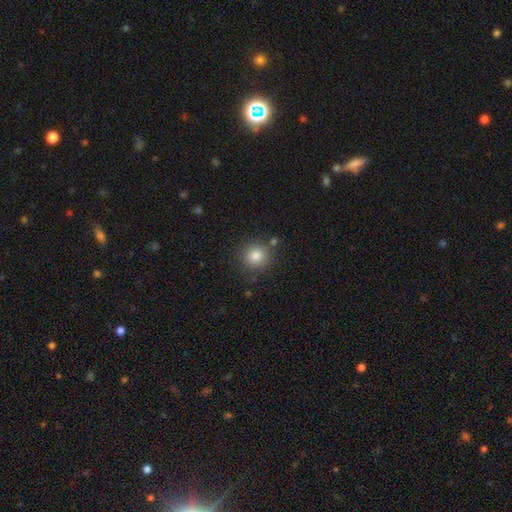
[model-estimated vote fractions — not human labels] Smooth or featured? Predicted: smooth (p=0.82). How rounded? Predicted: round (p=0.92). Merging? Predicted: none (p=0.83).